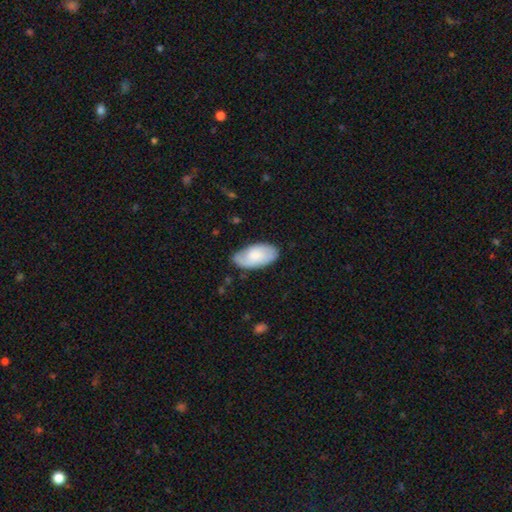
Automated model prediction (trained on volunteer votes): This appears to be a smooth galaxy with no disk features (60%) that is in between round and cigar-shaped (95%). Merging: none (73%).